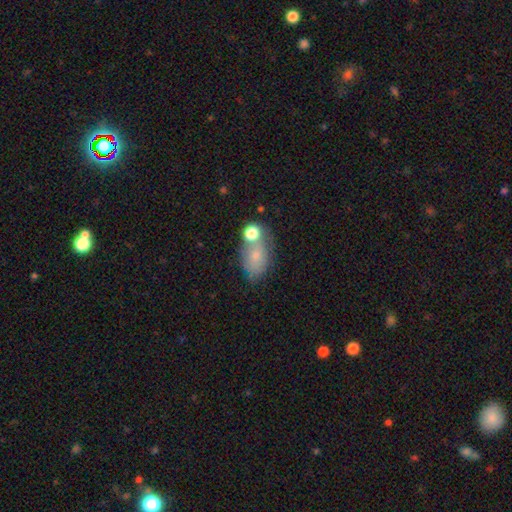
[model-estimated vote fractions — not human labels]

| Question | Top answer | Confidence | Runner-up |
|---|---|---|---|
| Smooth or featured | smooth | 68% | featured or disk (19%) |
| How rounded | in between | 81% | round (17%) |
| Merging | none | 43% | merger (27%) |